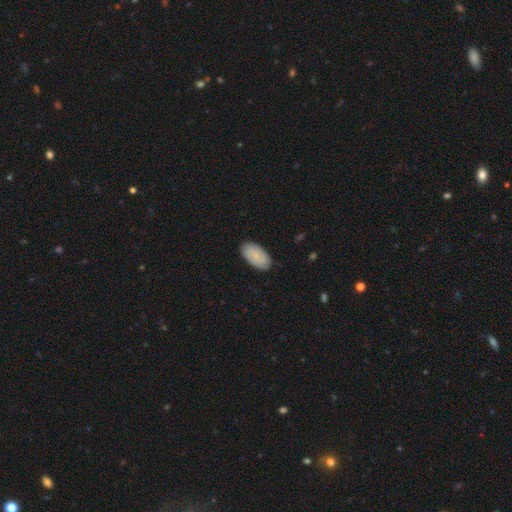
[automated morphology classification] smooth_or_featured: smooth (p=0.82) [alt: featured or disk p=0.12]
how_rounded: in between (p=0.95) [alt: round p=0.02]
merging: none (p=0.86) [alt: minor disturbance p=0.11]